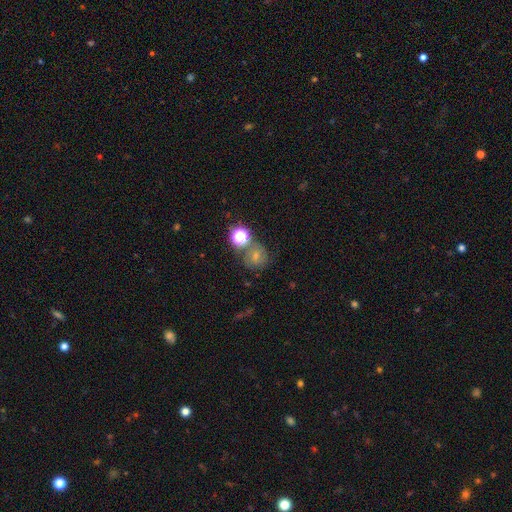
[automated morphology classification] Smooth or featured? Predicted: smooth (p=0.48). Merging? Predicted: none (p=0.61).